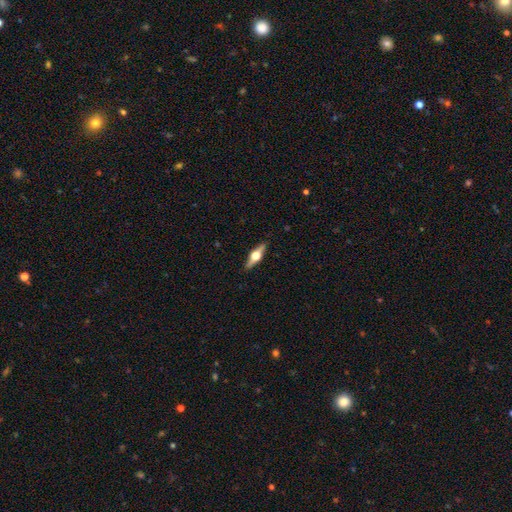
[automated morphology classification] featured or disk 72%, smooth 22%, star or artifact 6%. Down the decision tree: edge-on disk — yes (97%); edge-on bulge — rounded (95%); merging — none (89%).